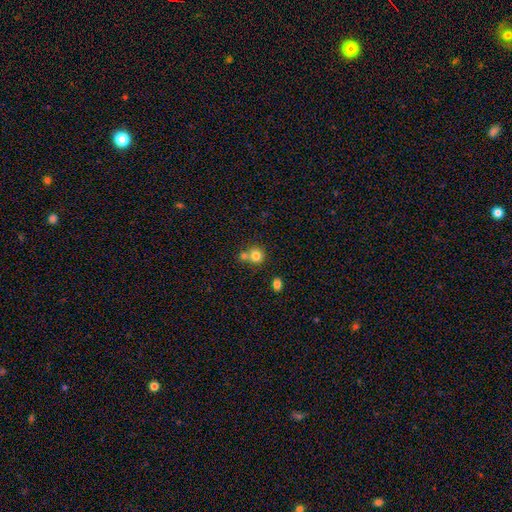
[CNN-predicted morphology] Smooth or featured? smooth (81%)
How rounded? round (87%)
Merging? none (55%)